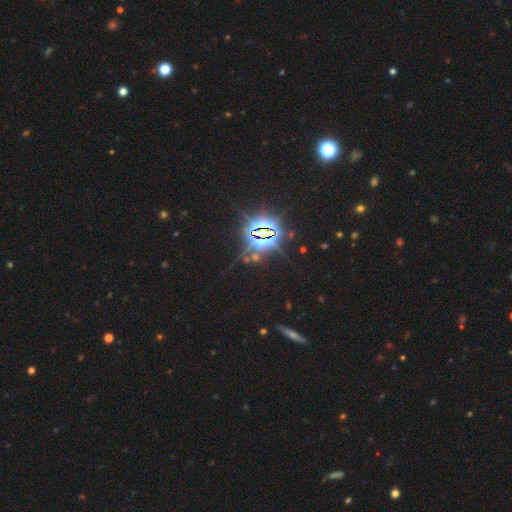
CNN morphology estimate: type=star or artifact (83%).